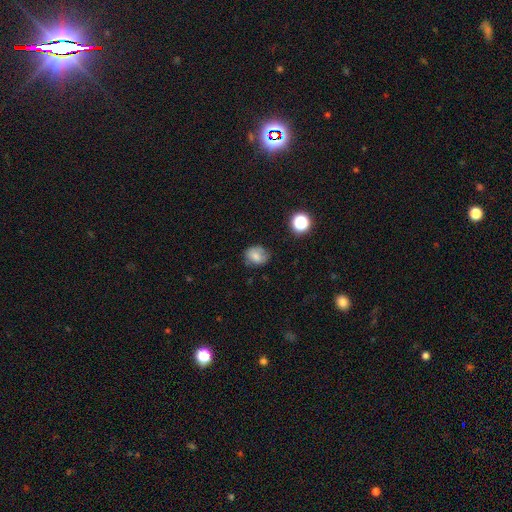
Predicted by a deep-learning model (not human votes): This is likely a smooth galaxy (74%). How rounded: possibly round (57%). Merging: likely none (63%).